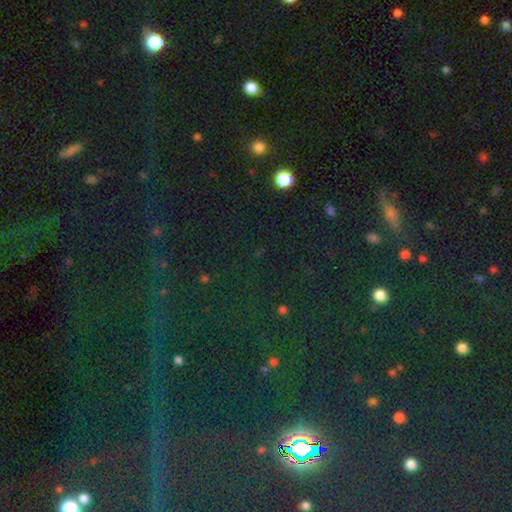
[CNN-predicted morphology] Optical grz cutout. It shows a star or artifact, not a galaxy (74%).